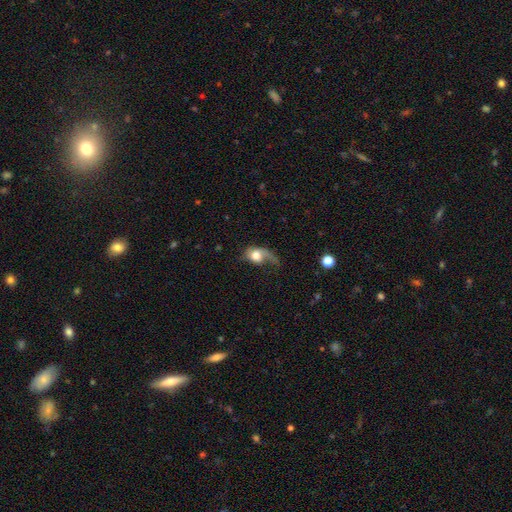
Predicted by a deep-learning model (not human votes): smooth-or-featured: smooth: 50% | featured or disk: 42% | star or artifact: 9%
  merging: major disturbance: 51% | none: 25% | minor disturbance: 20% | merger: 4%